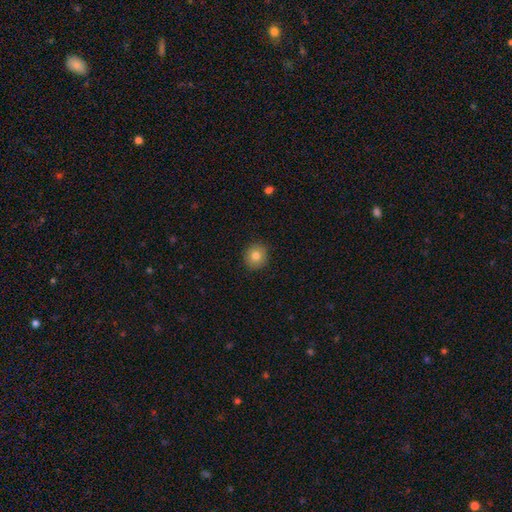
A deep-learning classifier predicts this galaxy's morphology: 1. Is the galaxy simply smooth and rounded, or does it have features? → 81% smooth, 10% star or artifact, 9% featured or disk.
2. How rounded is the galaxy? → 87% round, 12% in between, 1% cigar-shaped.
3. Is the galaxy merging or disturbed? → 91% none, 6% minor disturbance, 2% major disturbance, 1% merger.